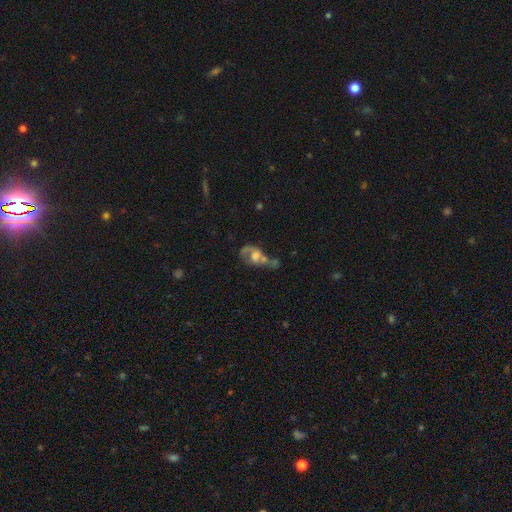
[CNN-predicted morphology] This appears to be a featured or disk galaxy (56%) with no bar (72%), spiral arms (62%) and a moderate central bulge (39%). Merging: merger (39%).